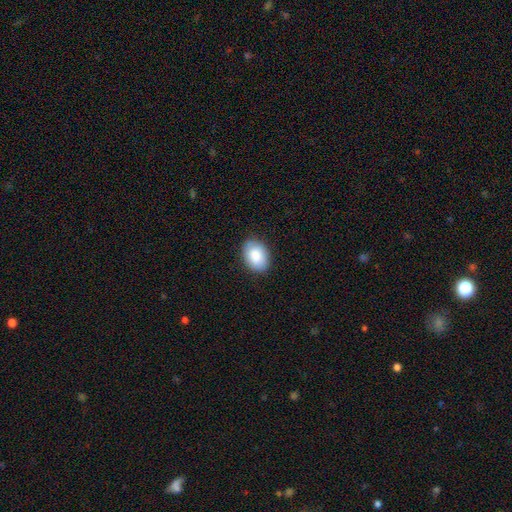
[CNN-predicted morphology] Smooth or featured: smooth — 88% (star or artifact — 6%)
How rounded: in between — 85% (round — 14%)
Merging: none — 87% (minor disturbance — 10%)